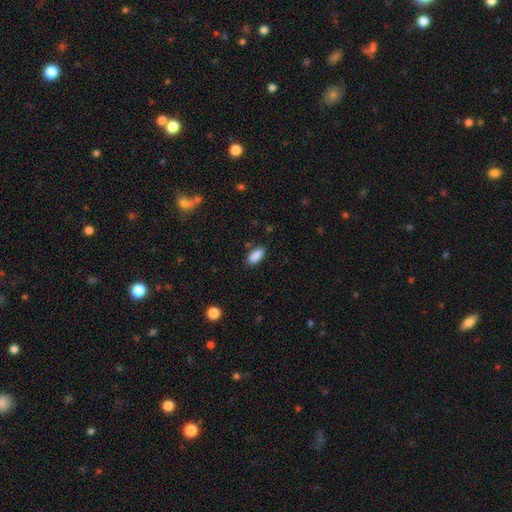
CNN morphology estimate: Smooth or featured: smooth — 89% (star or artifact — 7%)
How rounded: in between — 87% (cigar-shaped — 11%)
Merging: none — 85% (minor disturbance — 11%)